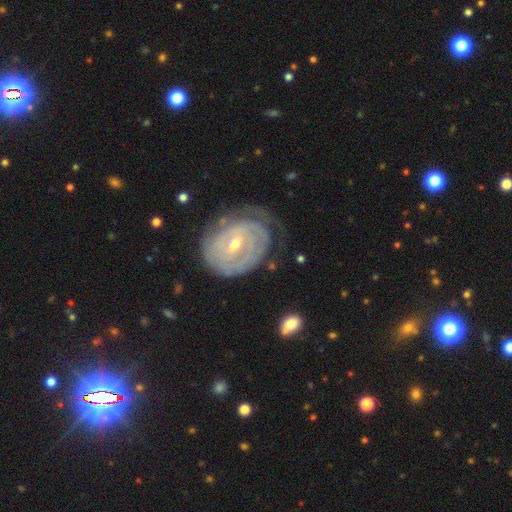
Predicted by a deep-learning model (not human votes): Q: Smooth or featured?
A: featured or disk (73%); runner-up: star or artifact (15%)
Q: Edge-on disk?
A: no (96%); runner-up: yes (4%)
Q: Bar?
A: no (49%); runner-up: weak (36%)
Q: Spiral arms?
A: yes (86%); runner-up: no (14%)
Q: Spiral winding?
A: tight (79%); runner-up: medium (16%)
Q: Spiral arm count?
A: can't tell (41%); runner-up: 2 (26%)
Q: Bulge size?
A: small (67%); runner-up: moderate (30%)
Q: Merging?
A: none (77%); runner-up: minor disturbance (15%)